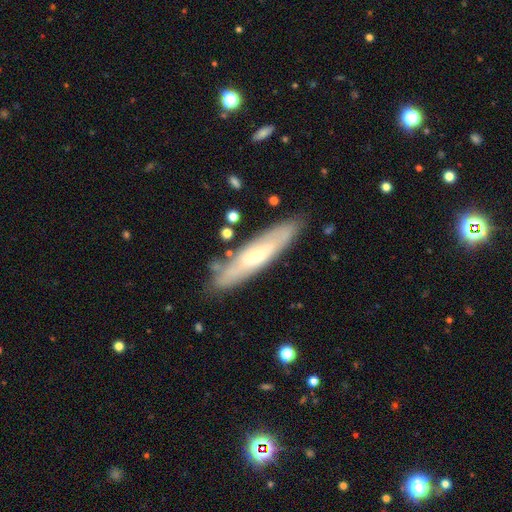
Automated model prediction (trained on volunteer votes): A featured or disk galaxy (55%) viewed edge-on (57%).

Vote fractions:
- Smooth or featured? featured or disk: 55% / smooth: 39% / star or artifact: 6%
- Edge-on disk? yes: 57% / no: 43%
- Merging? none: 81% / minor disturbance: 13% / major disturbance: 3% / merger: 3%